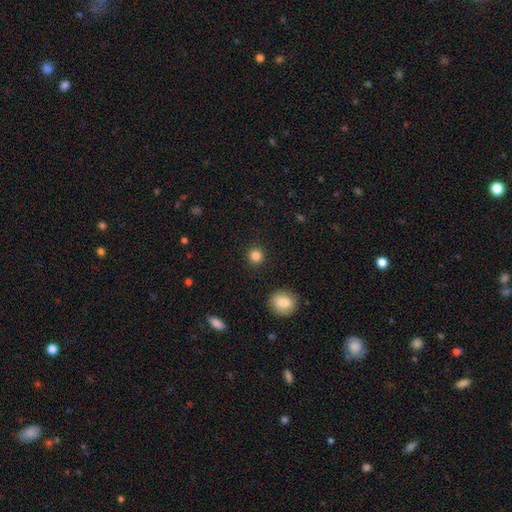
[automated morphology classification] Overall: smooth (85%). How rounded: round (93%). Merging: none (91%).